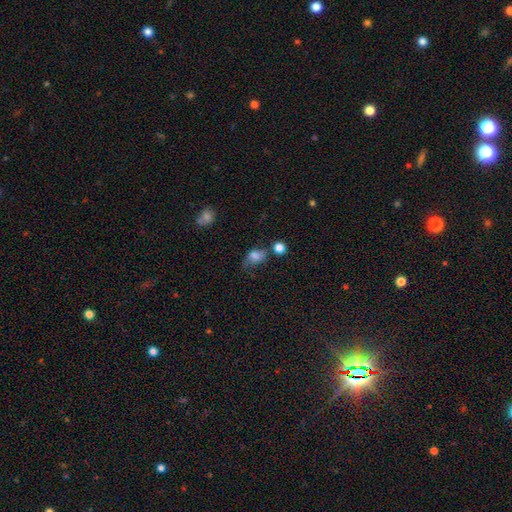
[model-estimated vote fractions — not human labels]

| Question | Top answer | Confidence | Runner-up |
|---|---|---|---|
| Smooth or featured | smooth | 68% | featured or disk (19%) |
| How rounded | in between | 71% | round (27%) |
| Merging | none | 36% | minor disturbance (30%) |